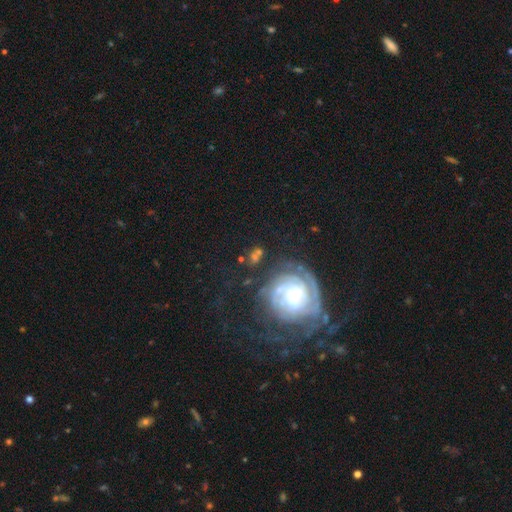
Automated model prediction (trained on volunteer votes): A featured or disk galaxy (70%) with no bar (47%), tight (71%) spiral arms (90%) and a moderate central bulge (47%).

Vote fractions:
- Smooth or featured? featured or disk: 70% / smooth: 15% / star or artifact: 15%
- Edge-on disk? no: 95% / yes: 5%
- Bar? no: 47% / weak: 38% / strong: 16%
- Spiral arms? yes: 90% / no: 10%
- Spiral winding? tight: 71% / medium: 22% / loose: 6%
- Spiral arm count? can't tell: 37% / 2: 23% / 3: 17% / 4: 9% / 1: 7% / more than 4: 7%
- Bulge size? moderate: 47% / small: 38% / large: 9% / none: 4% / dominant: 2%
- Merging? none: 63% / minor disturbance: 17% / major disturbance: 13% / merger: 6%